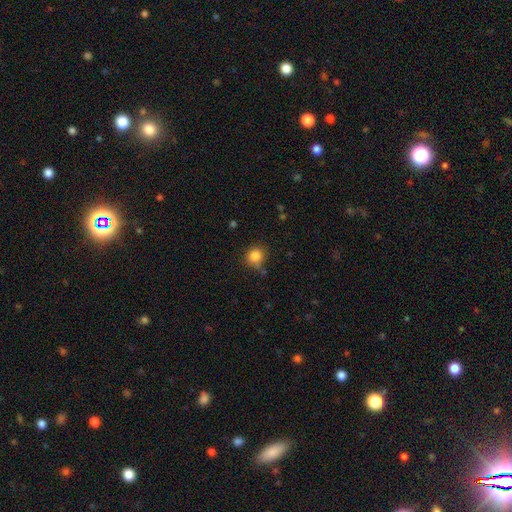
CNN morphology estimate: type=smooth (84%); roundness=round (85%); merging=none (74%).